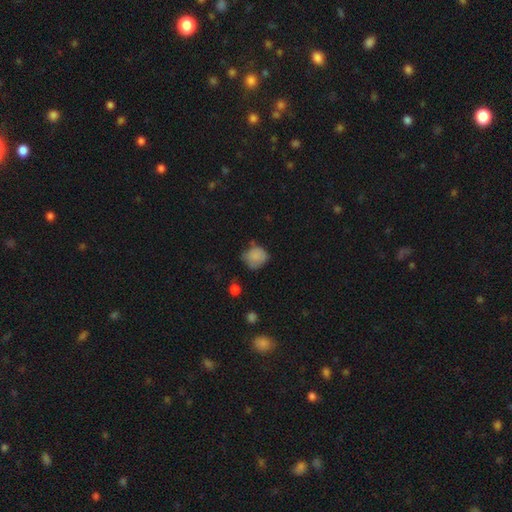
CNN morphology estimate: Smooth or featured?
  - smooth: 80% *
  - featured or disk: 10%
  - star or artifact: 10%
How rounded?
  - round: 73% *
  - in between: 26%
  - cigar-shaped: 1%
Merging?
  - none: 51% *
  - minor disturbance: 35%
  - major disturbance: 10%
  - merger: 4%